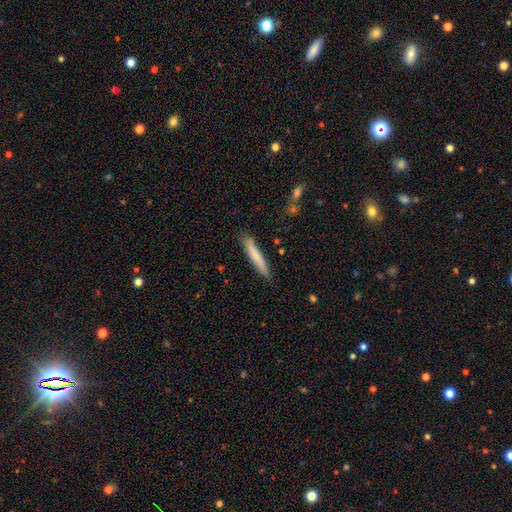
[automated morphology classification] Q: Smooth or featured?
A: smooth (75%); runner-up: featured or disk (19%)
Q: How rounded?
A: cigar-shaped (95%); runner-up: in between (4%)
Q: Merging?
A: none (87%); runner-up: minor disturbance (10%)